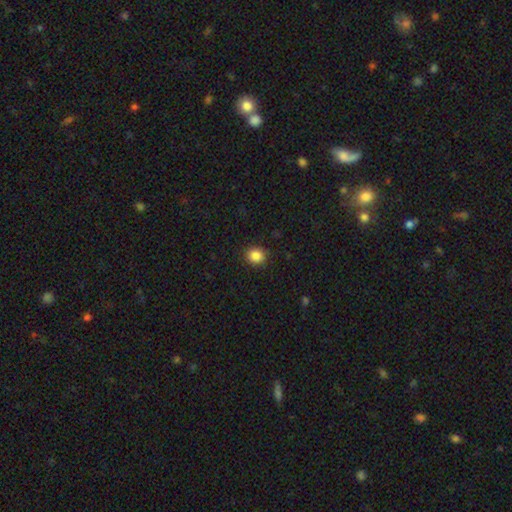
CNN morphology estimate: Q: Smooth or featured?
A: smooth (86%); runner-up: star or artifact (10%)
Q: How rounded?
A: round (75%); runner-up: in between (24%)
Q: Merging?
A: none (90%); runner-up: minor disturbance (7%)